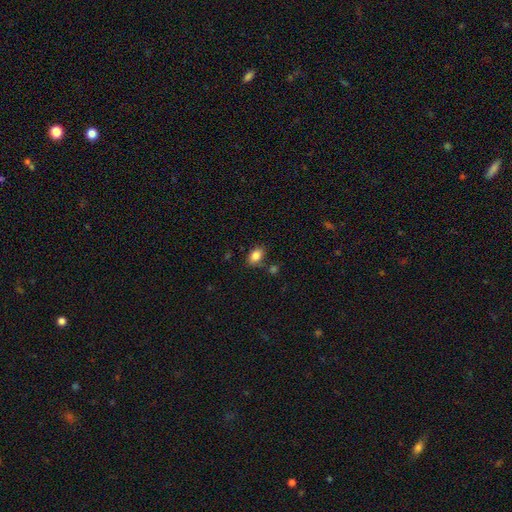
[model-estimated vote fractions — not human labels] The model was most divided on "merging": none: 77%, minor disturbance: 13%, merger: 6%, major disturbance: 3%. More confident: smooth or featured — smooth (85%); how rounded — in between (82%).